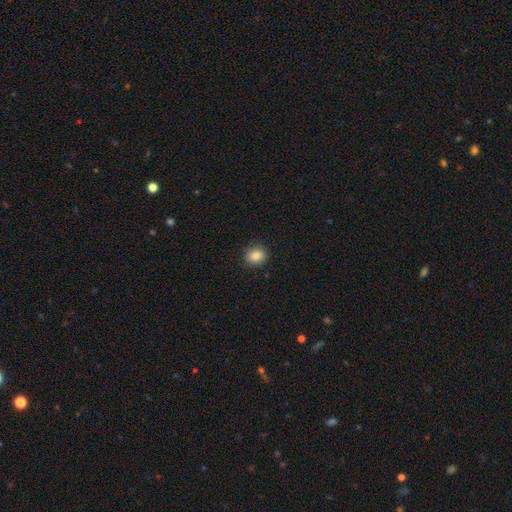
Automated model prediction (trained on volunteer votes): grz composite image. It shows a smooth galaxy with no disk features (86%) that is round (70%). Merging: none (87%).